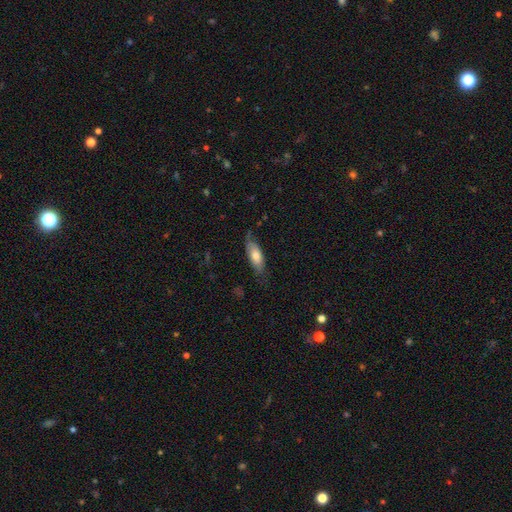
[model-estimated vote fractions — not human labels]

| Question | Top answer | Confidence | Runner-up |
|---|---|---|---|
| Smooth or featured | smooth | 68% | featured or disk (26%) |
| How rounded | in between | 70% | cigar-shaped (28%) |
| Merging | none | 65% | minor disturbance (27%) |